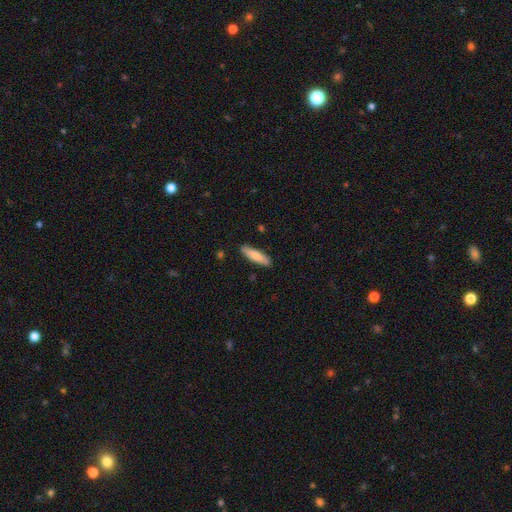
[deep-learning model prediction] A smooth galaxy with no disk features (79%) that is cigar-shaped (70%).

Vote fractions:
- Smooth or featured? smooth: 79% / featured or disk: 16% / star or artifact: 5%
- How rounded? cigar-shaped: 70% / in between: 28% / round: 1%
- Merging? none: 88% / minor disturbance: 9% / major disturbance: 2% / merger: 1%